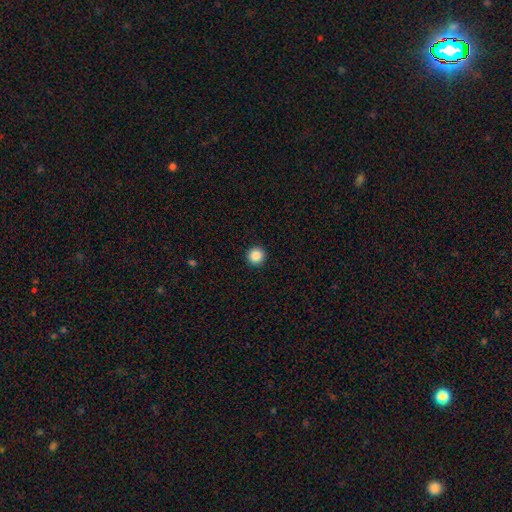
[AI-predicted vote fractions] smooth-or-featured: smooth: 87% | star or artifact: 10% | featured or disk: 3%
  how-rounded: round: 95% | in between: 4% | cigar-shaped: 1%
  merging: none: 93% | minor disturbance: 4% | major disturbance: 2% | merger: 1%